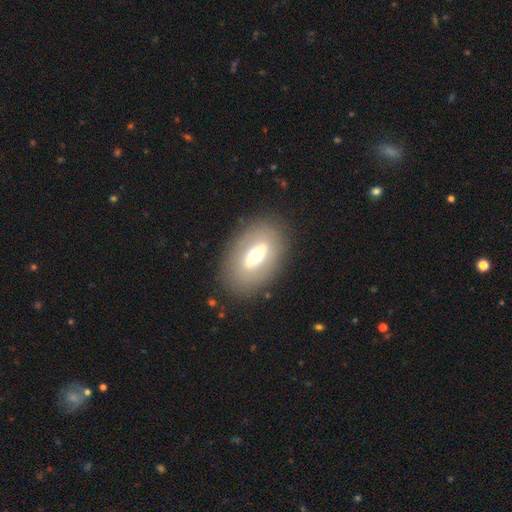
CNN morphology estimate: A featured or disk galaxy (48%).

Vote fractions:
- Smooth or featured? featured or disk: 48% / smooth: 45% / star or artifact: 8%
- Merging? none: 84% / minor disturbance: 10% / major disturbance: 5% / merger: 1%